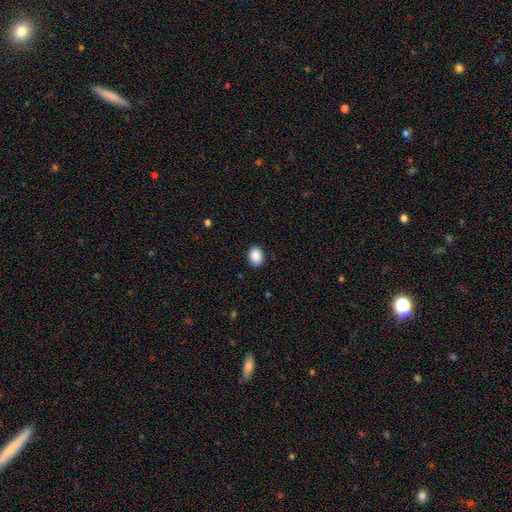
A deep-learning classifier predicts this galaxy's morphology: This appears to be a smooth galaxy with no disk features (89%) that is in between round and cigar-shaped (62%). Merging: none (90%).